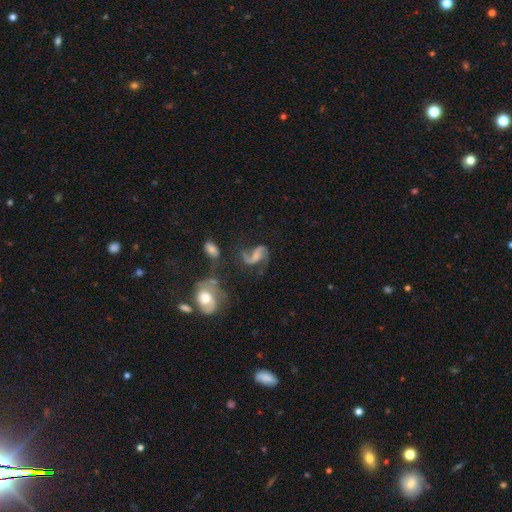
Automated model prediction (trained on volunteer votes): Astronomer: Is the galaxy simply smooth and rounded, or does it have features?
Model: featured or disk — 81%.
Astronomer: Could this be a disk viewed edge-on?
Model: no — 97%.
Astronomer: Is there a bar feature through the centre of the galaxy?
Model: weak — 42% (runner-up: no, 40%).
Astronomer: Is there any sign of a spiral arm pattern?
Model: yes — 94%.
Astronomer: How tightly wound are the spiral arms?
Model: loose — 66%.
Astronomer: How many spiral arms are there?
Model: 2 — 88%.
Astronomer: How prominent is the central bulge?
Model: none — 40% (runner-up: small, 30%).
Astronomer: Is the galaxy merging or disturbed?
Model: none — 51%.